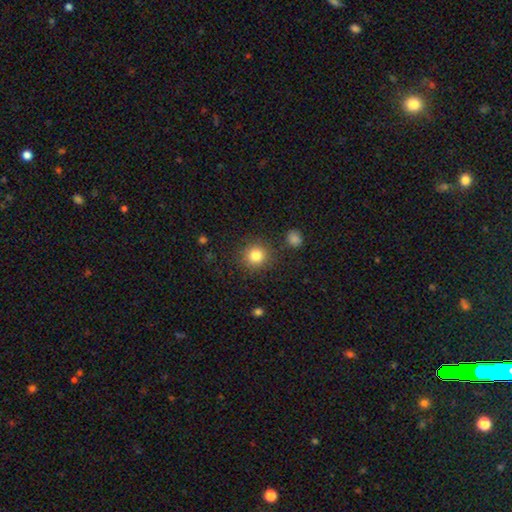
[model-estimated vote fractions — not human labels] Smooth or featured? smooth (82%)
How rounded? round (92%)
Merging? none (87%)